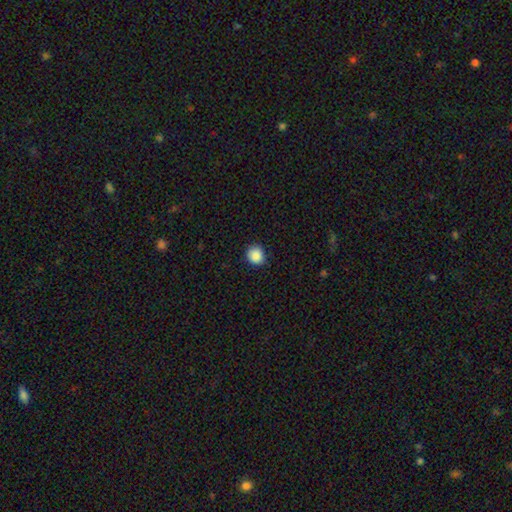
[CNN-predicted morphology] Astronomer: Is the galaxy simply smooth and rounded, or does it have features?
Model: smooth — 89%.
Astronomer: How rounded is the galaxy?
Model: round — 86%.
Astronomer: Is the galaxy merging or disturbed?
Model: none — 87%.